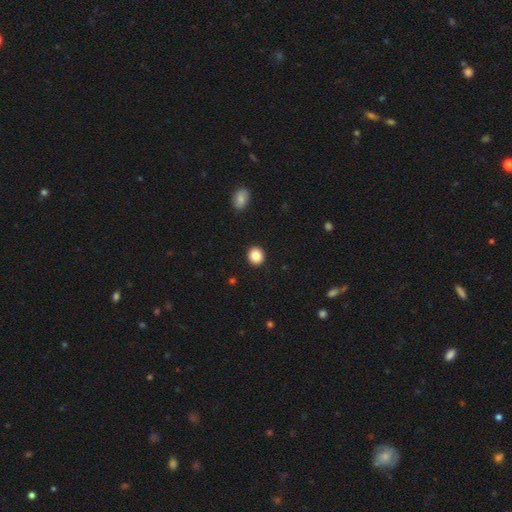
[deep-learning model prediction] Smooth or featured? Predicted: smooth (p=0.87). How rounded? Predicted: round (p=0.88). Merging? Predicted: none (p=0.93).